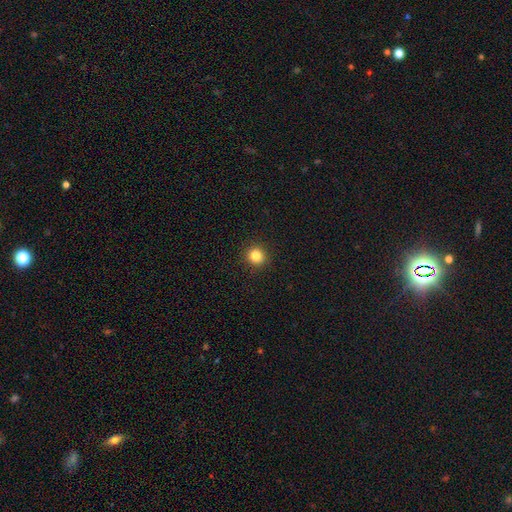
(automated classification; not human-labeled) Smooth or featured?
  - smooth: 84% *
  - star or artifact: 11%
  - featured or disk: 4%
How rounded?
  - round: 91% *
  - in between: 8%
  - cigar-shaped: 1%
Merging?
  - none: 92% *
  - minor disturbance: 5%
  - major disturbance: 2%
  - merger: 1%